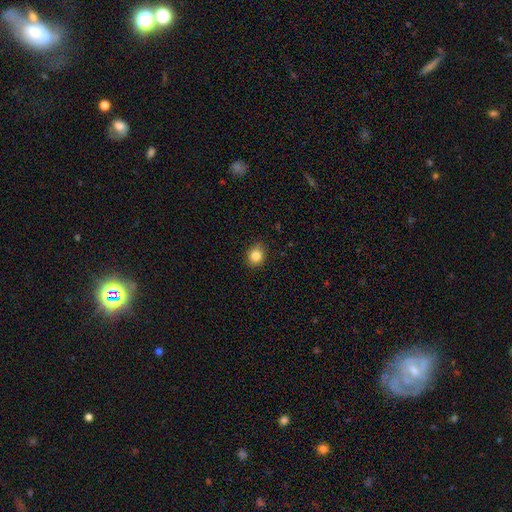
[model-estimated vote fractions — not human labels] Smooth or featured? Predicted: smooth (p=0.85). How rounded? Predicted: round (p=0.71). Merging? Predicted: none (p=0.87).